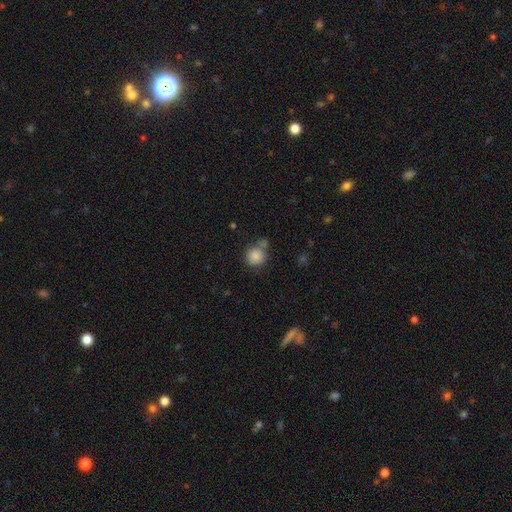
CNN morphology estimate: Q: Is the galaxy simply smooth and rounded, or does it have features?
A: smooth — 86%.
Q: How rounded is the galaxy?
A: round — 88%.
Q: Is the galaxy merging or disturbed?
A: none — 61%.